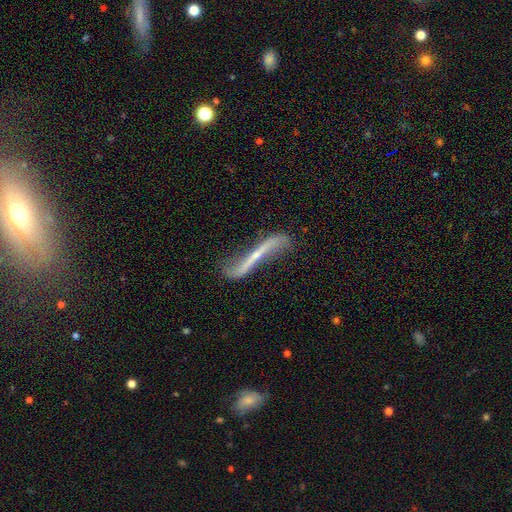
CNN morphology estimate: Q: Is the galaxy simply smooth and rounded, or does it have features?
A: featured or disk — 78%.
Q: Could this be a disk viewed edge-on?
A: no — 57%.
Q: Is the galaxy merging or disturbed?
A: none — 55%.